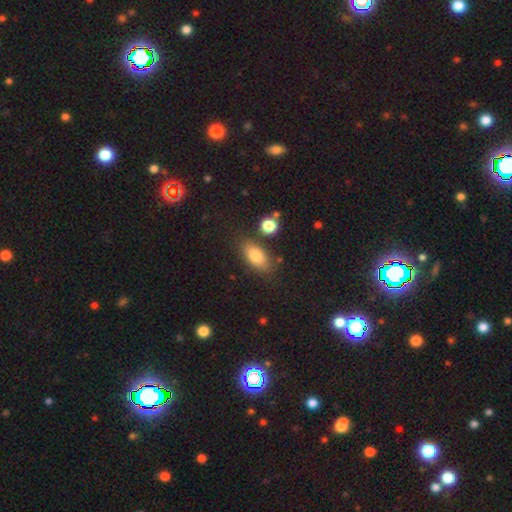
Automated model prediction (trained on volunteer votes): smooth 78%, featured or disk 14%, star or artifact 9%. Down the decision tree: how rounded — in between (86%); merging — none (78%).